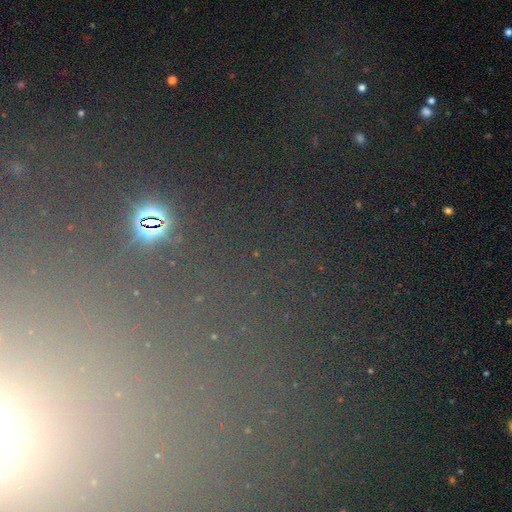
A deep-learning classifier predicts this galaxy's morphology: Smooth or featured: star or artifact — 73% (smooth — 18%)